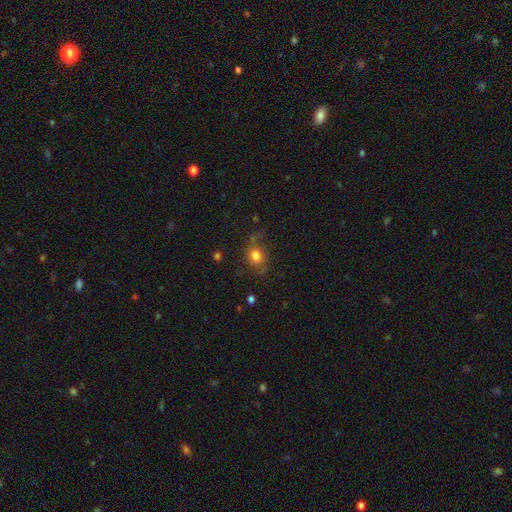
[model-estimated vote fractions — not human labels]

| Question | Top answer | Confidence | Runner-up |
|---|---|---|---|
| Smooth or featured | smooth | 78% | star or artifact (13%) |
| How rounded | round | 71% | in between (28%) |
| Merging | none | 71% | minor disturbance (18%) |